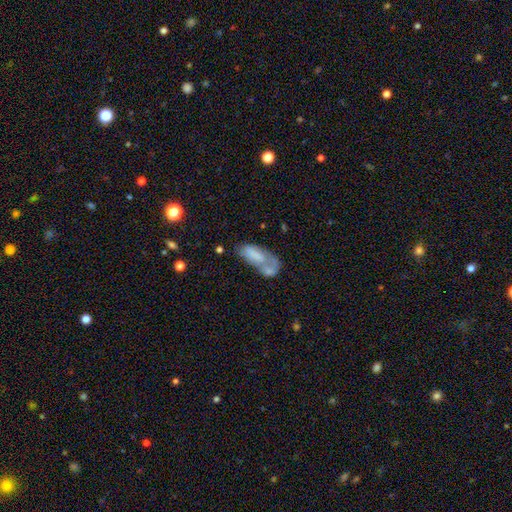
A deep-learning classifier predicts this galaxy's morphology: Smooth or featured?
  - smooth: 60% *
  - featured or disk: 31%
  - star or artifact: 9%
How rounded?
  - in between: 82% *
  - cigar-shaped: 15%
  - round: 3%
Merging?
  - merger: 42% *
  - major disturbance: 21%
  - none: 21%
  - minor disturbance: 16%